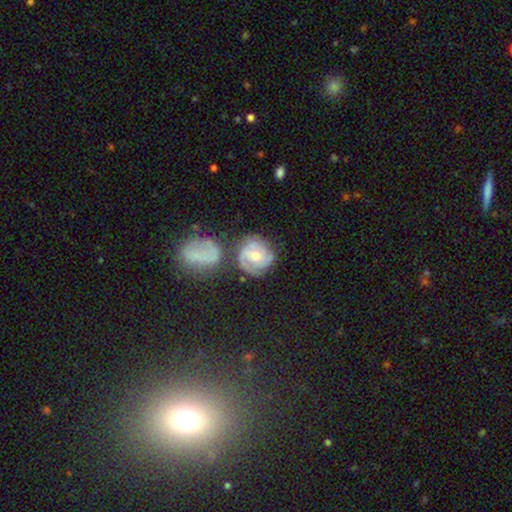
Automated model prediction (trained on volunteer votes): featured or disk 72%, smooth 21%, star or artifact 7%. Down the decision tree: edge-on disk — no (97%); bar — no (64%); spiral arms — yes (89%); spiral arm count — 3 (33%); spiral winding — tight (60%); bulge size — moderate (68%); merging — none (55%).